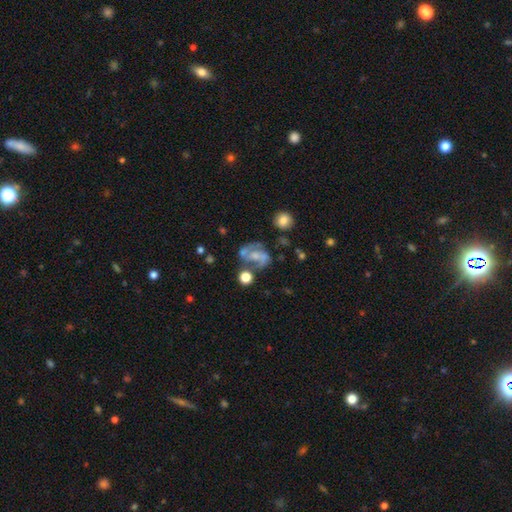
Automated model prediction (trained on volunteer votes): Morphology: type=featured or disk (72%); edge-on=no (97%); bar=no (45%); spiral arms=yes (86%); winding=medium (48%); arm count=2 (84%); bulge=small (37%); merging=none (50%).